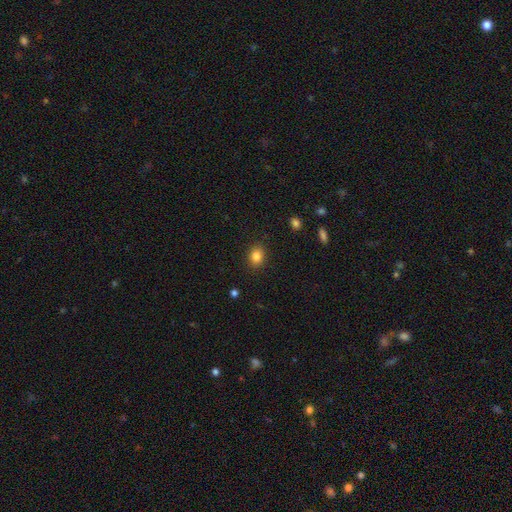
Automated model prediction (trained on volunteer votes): Smooth or featured? smooth (84%)
How rounded? round (50%)
Merging? none (88%)